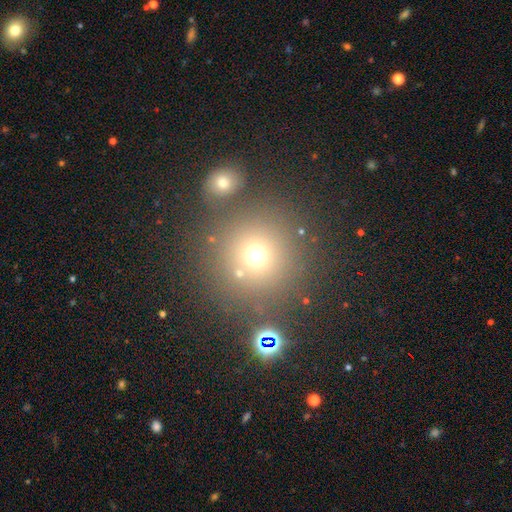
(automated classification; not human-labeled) smooth 64%, star or artifact 26%, featured or disk 11%. Down the decision tree: how rounded — round (94%); merging — none (76%).